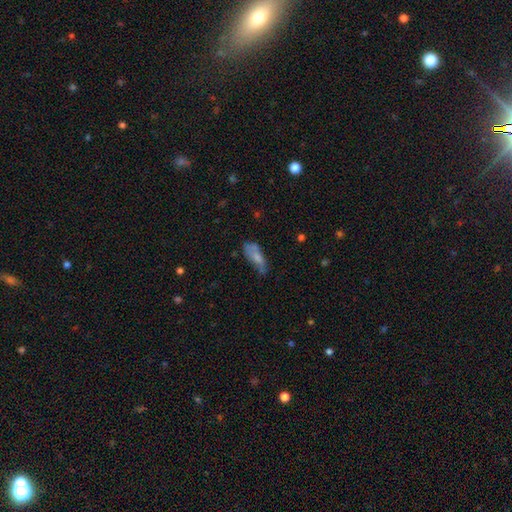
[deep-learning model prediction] Smooth or featured?
  - smooth: 64% *
  - featured or disk: 27%
  - star or artifact: 9%
How rounded?
  - in between: 69% *
  - cigar-shaped: 28%
  - round: 3%
Merging?
  - none: 37% *
  - minor disturbance: 34%
  - major disturbance: 22%
  - merger: 7%